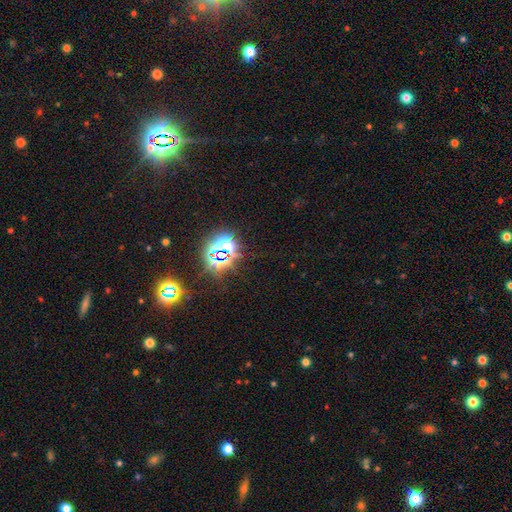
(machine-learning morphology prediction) This is likely a star or artifact rather than a galaxy (78%).